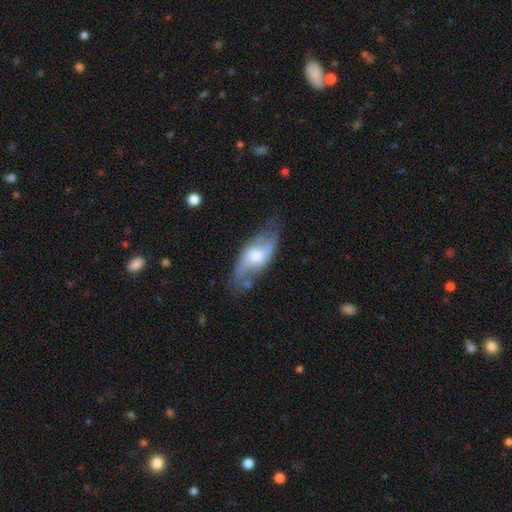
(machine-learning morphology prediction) This is likely a featured or disk galaxy (62%). It is clearly not viewed edge-on (80%). Merging: likely none (64%).